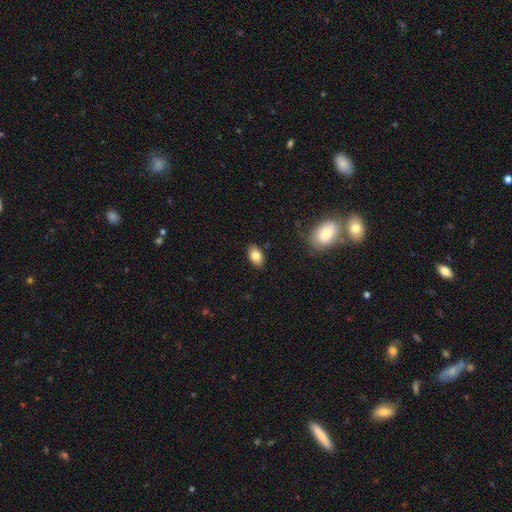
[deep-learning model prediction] A smooth galaxy with no disk features (82%) that is in between round and cigar-shaped (90%).

Vote fractions:
- Smooth or featured? smooth: 82% / featured or disk: 10% / star or artifact: 8%
- How rounded? in between: 90% / round: 9% / cigar-shaped: 2%
- Merging? none: 87% / minor disturbance: 10% / major disturbance: 2% / merger: 1%